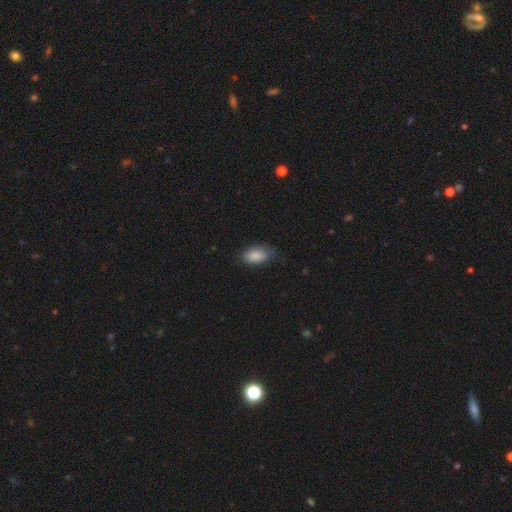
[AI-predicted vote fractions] Smooth or featured? smooth (87%)
How rounded? in between (92%)
Merging? none (69%)